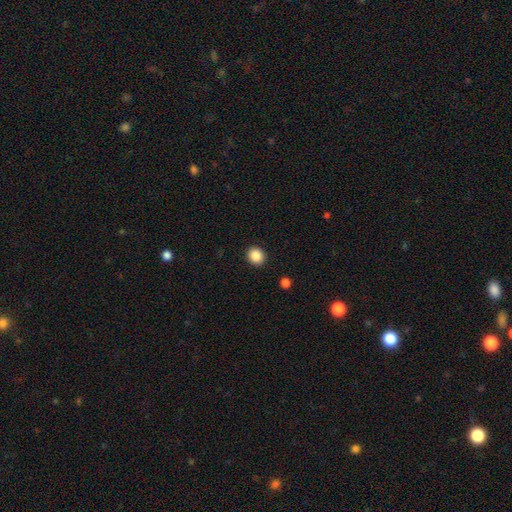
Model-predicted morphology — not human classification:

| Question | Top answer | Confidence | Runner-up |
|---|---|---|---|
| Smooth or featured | smooth | 87% | star or artifact (9%) |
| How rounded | round | 75% | in between (24%) |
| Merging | none | 91% | minor disturbance (5%) |